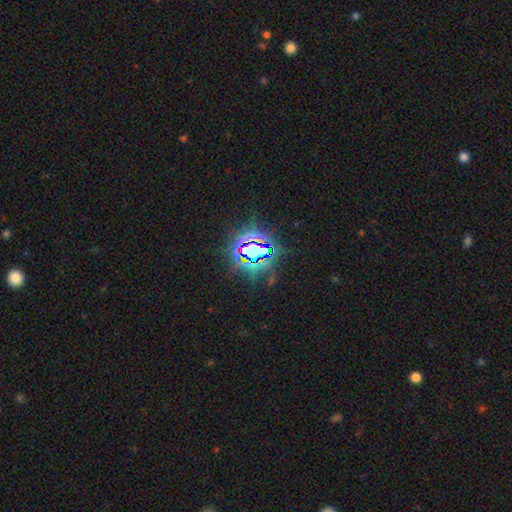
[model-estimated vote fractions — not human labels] Overall: star or artifact (82%).